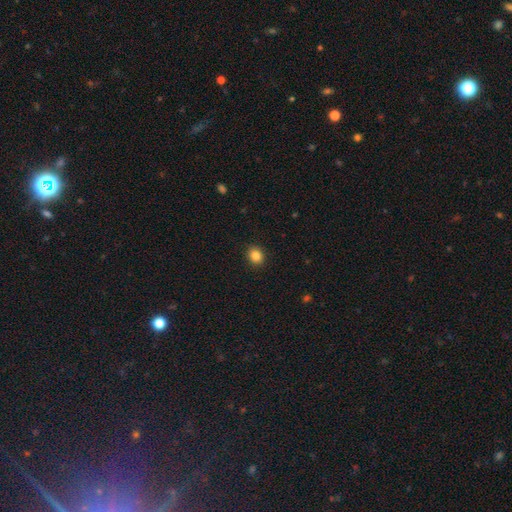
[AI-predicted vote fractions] Smooth or featured?
  - smooth: 85% *
  - star or artifact: 10%
  - featured or disk: 5%
How rounded?
  - round: 68% *
  - in between: 31%
  - cigar-shaped: 1%
Merging?
  - none: 91% *
  - minor disturbance: 6%
  - major disturbance: 2%
  - merger: 1%